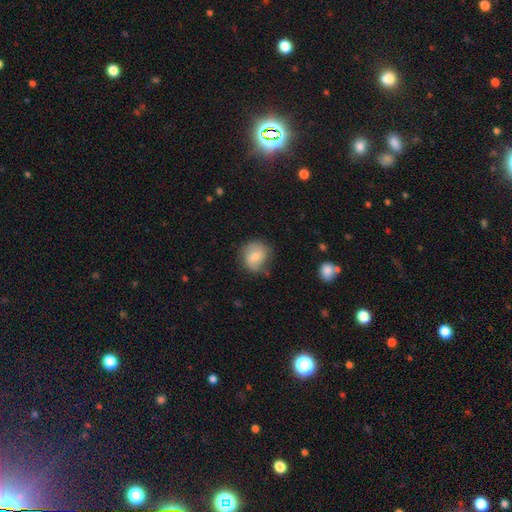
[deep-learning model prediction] Smooth or featured? Predicted: smooth (p=0.65). How rounded? Predicted: round (p=0.73). Merging? Predicted: none (p=0.66).